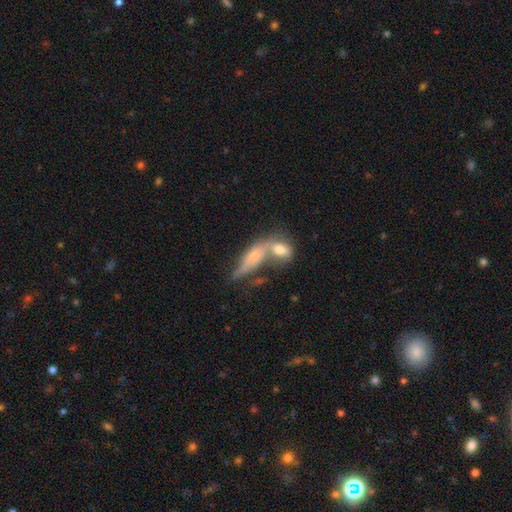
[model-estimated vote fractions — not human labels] smooth 45%, featured or disk 44%, star or artifact 11%. Down the decision tree: merging — merger (52%).